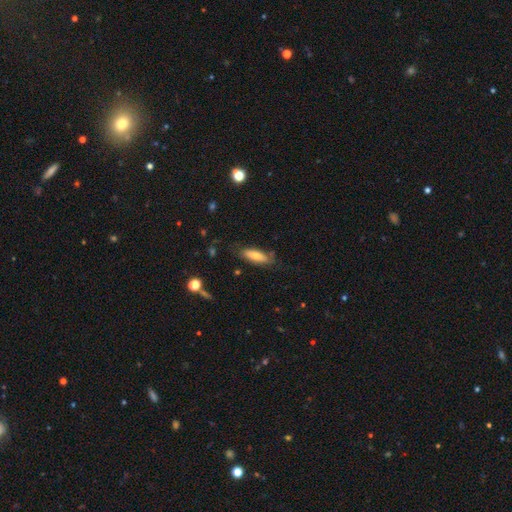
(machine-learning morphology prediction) Overall: smooth (73%). How rounded: in between (56%; cigar-shaped 42%). Merging: none (71%).